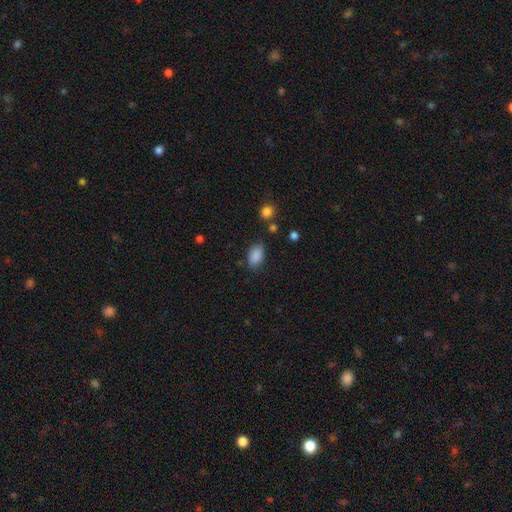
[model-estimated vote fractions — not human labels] Smooth or featured? Predicted: smooth (p=0.88). How rounded? Predicted: in between (p=0.91). Merging? Predicted: none (p=0.79).